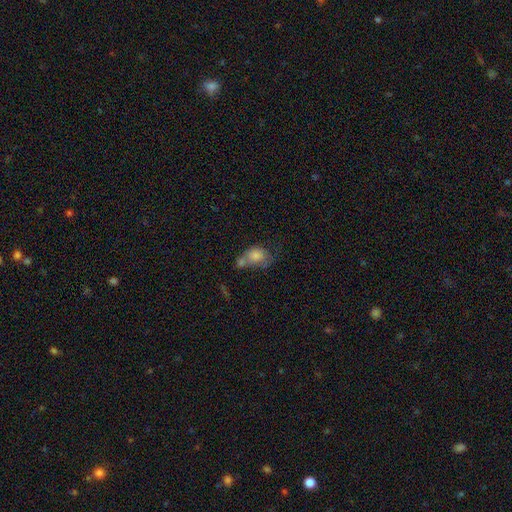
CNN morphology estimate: This is likely a smooth galaxy (76%). How rounded: likely in between (68%). Merging: possibly merger (47%).